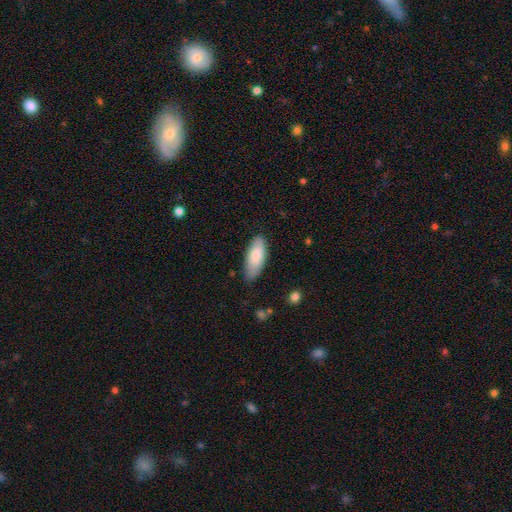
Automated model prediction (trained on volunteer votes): smooth 81%, featured or disk 13%, star or artifact 6%. Down the decision tree: how rounded — in between (78%); merging — none (75%).